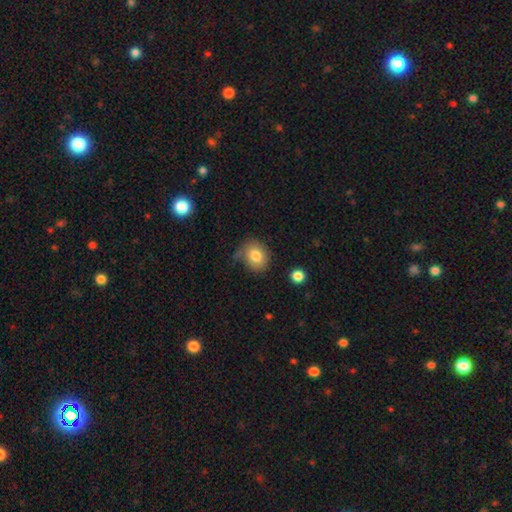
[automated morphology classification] Q: Smooth or featured?
A: smooth (80%); runner-up: featured or disk (11%)
Q: How rounded?
A: round (61%); runner-up: in between (39%)
Q: Merging?
A: none (60%); runner-up: minor disturbance (25%)